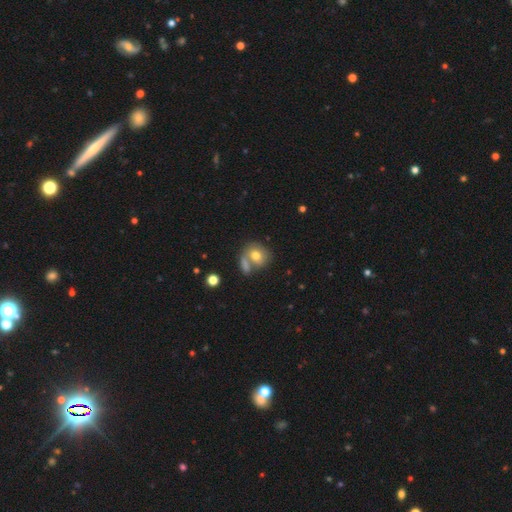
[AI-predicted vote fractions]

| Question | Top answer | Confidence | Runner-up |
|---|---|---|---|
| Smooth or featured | smooth | 73% | featured or disk (17%) |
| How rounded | round | 71% | in between (28%) |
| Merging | none | 47% | merger (36%) |